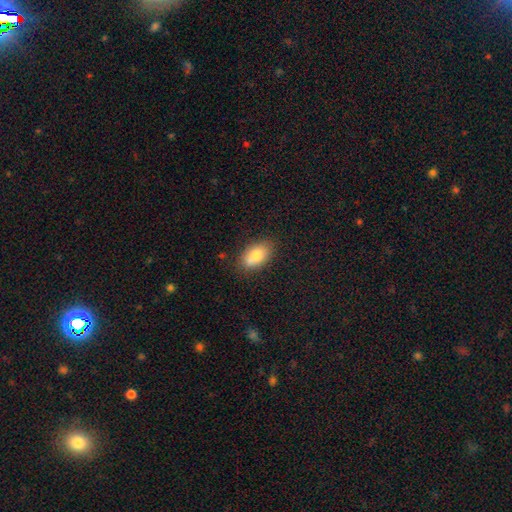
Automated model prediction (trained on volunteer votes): Smooth or featured: smooth — 82% (featured or disk — 11%)
How rounded: in between — 91% (round — 7%)
Merging: none — 80% (minor disturbance — 15%)